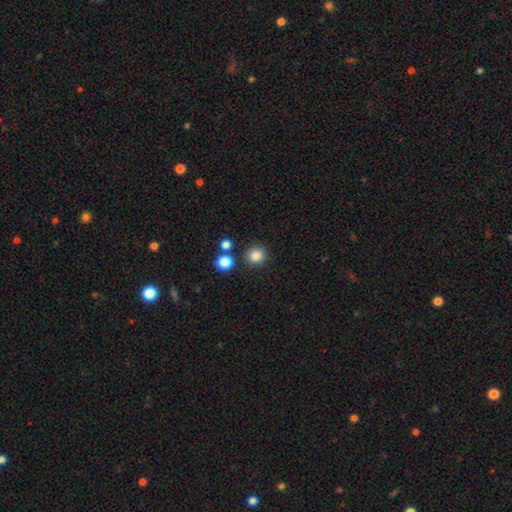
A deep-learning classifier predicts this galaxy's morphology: This is clearly a smooth galaxy (85%). How rounded: clearly round (92%). Merging: clearly none (86%).